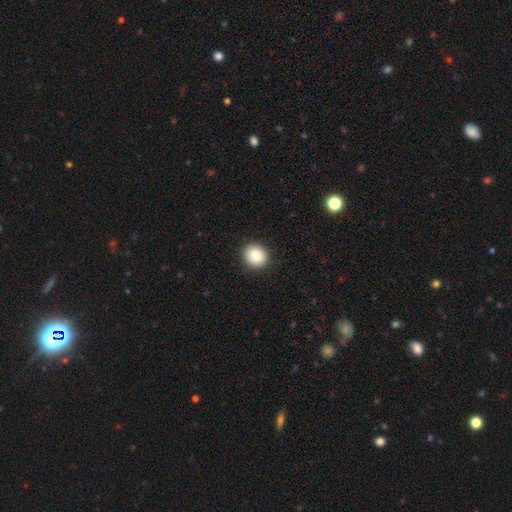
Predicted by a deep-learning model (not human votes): A smooth galaxy with no disk features (84%) that is round (84%).

Vote fractions:
- Smooth or featured? smooth: 84% / star or artifact: 9% / featured or disk: 7%
- How rounded? round: 84% / in between: 15% / cigar-shaped: 1%
- Merging? none: 91% / minor disturbance: 7% / major disturbance: 2% / merger: 1%